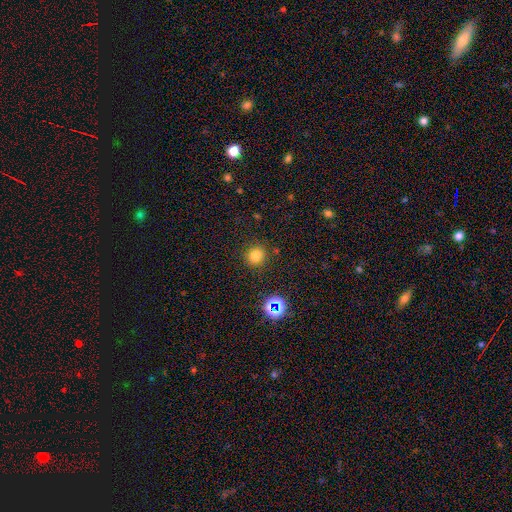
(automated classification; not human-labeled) Smooth or featured? smooth (77%)
How rounded? round (88%)
Merging? none (87%)